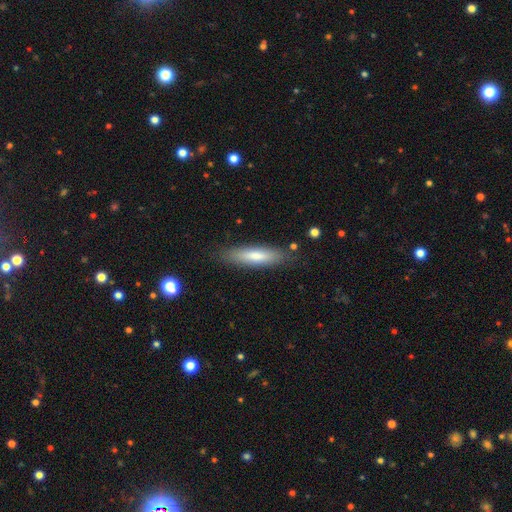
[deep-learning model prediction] smooth_or_featured: smooth (p=0.71) [alt: featured or disk p=0.23]
how_rounded: cigar-shaped (p=0.74) [alt: in between p=0.25]
merging: none (p=0.85) [alt: minor disturbance p=0.11]